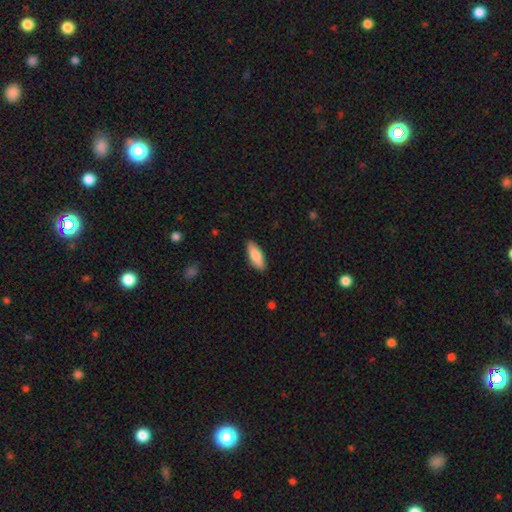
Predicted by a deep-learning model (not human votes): smooth_or_featured: smooth (p=0.81) [alt: featured or disk p=0.13]
how_rounded: in between (p=0.71) [alt: cigar-shaped p=0.27]
merging: none (p=0.88) [alt: minor disturbance p=0.09]